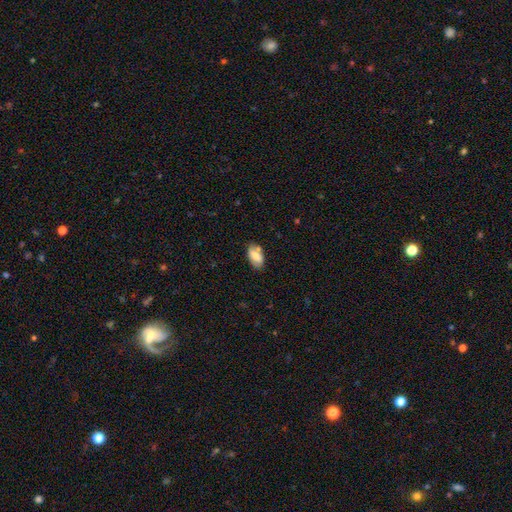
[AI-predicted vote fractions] This is likely a smooth galaxy (70%). How rounded: clearly in between (91%). Merging: likely none (70%).